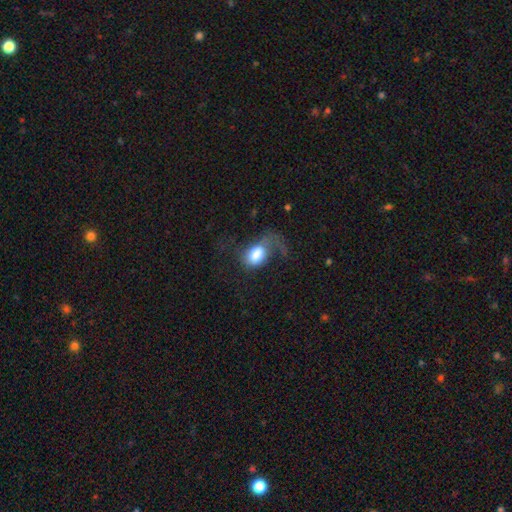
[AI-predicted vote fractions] This appears to be a smooth galaxy with no disk features (67%) that is in between round and cigar-shaped (75%). Merging: major disturbance (50%).